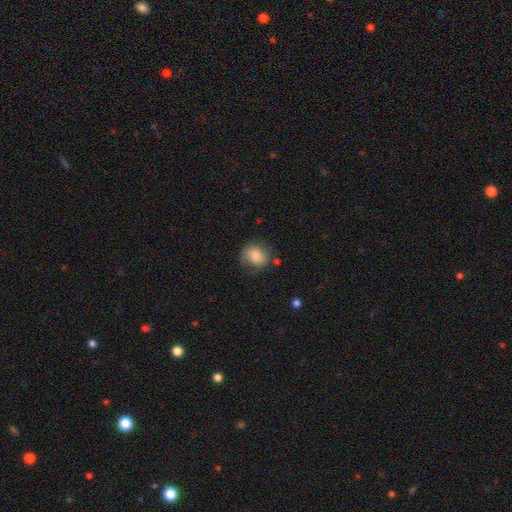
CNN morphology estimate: Smooth or featured? smooth (79%)
How rounded? round (59%)
Merging? none (62%)